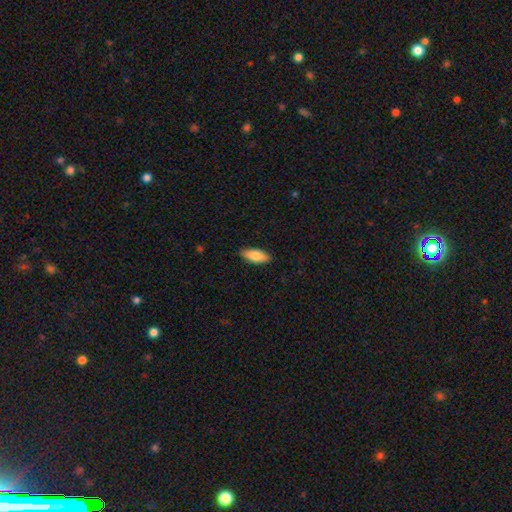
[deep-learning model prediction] The model was most divided on "how rounded": in between: 83%, cigar-shaped: 15%, round: 2%. More confident: merging — none (89%); smooth or featured — smooth (82%).